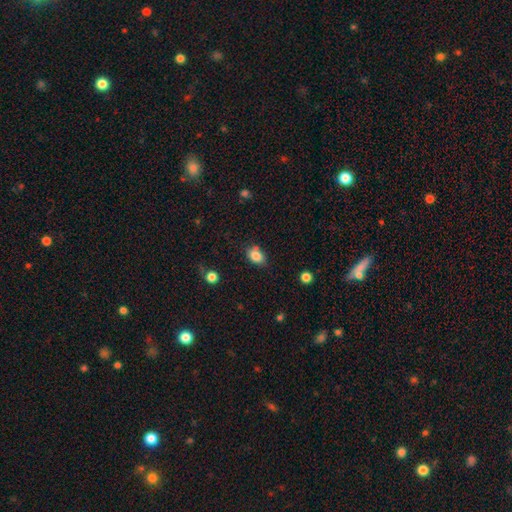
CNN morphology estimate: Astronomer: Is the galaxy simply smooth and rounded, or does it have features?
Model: smooth — 82%.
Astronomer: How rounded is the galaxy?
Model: in between — 74%.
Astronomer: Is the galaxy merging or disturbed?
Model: none — 65%.